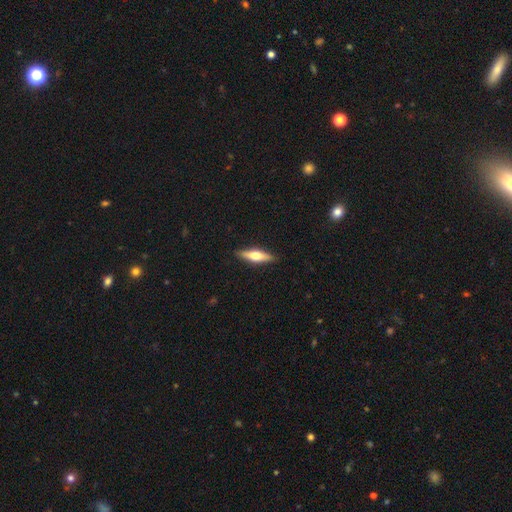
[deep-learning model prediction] This is possibly a featured or disk galaxy (48%). Merging: clearly none (90%).